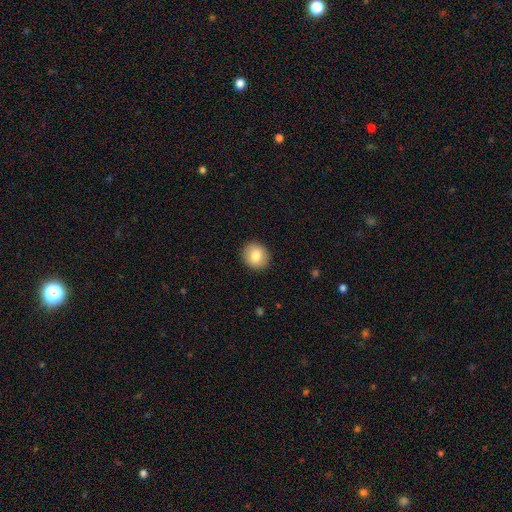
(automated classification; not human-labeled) smooth_or_featured: smooth (p=0.81) [alt: featured or disk p=0.10]
how_rounded: round (p=0.83) [alt: in between p=0.16]
merging: none (p=0.92) [alt: minor disturbance p=0.06]